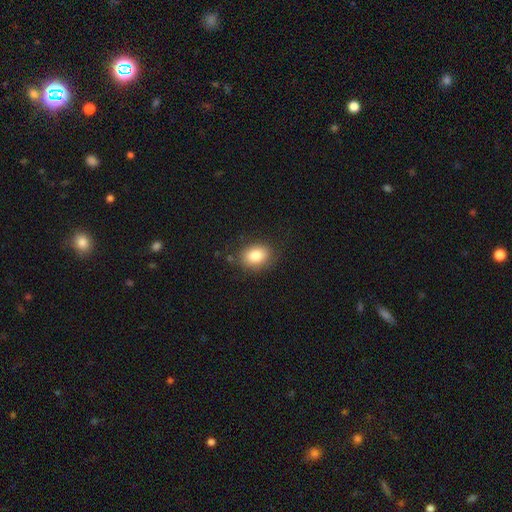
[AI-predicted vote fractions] smooth-or-featured: smooth: 83% | featured or disk: 9% | star or artifact: 9%
  how-rounded: in between: 71% | round: 27% | cigar-shaped: 1%
  merging: none: 81% | minor disturbance: 14% | major disturbance: 4% | merger: 2%